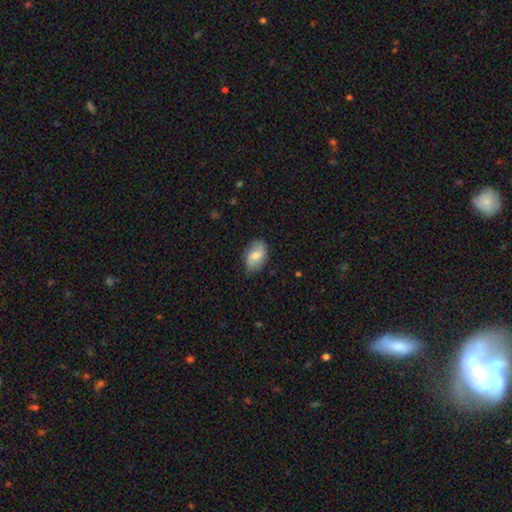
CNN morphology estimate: smooth 60%, featured or disk 33%, star or artifact 7%. Down the decision tree: how rounded — in between (88%); merging — none (77%).